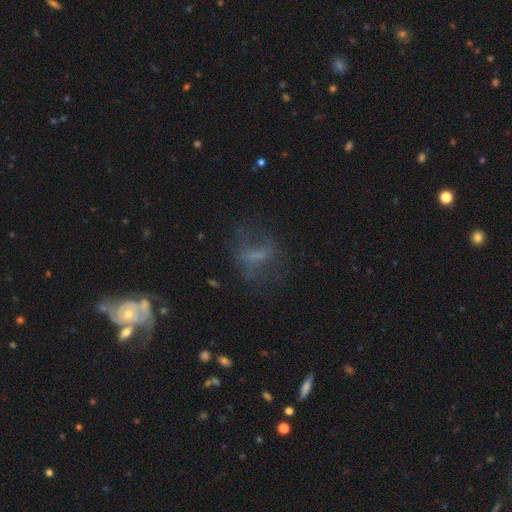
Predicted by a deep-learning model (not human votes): A featured or disk galaxy (40%, tied with smooth).

Vote fractions:
- Smooth or featured? featured or disk: 40% (tied) / smooth: 40% (tied) / star or artifact: 20%
- Merging? none: 56% / major disturbance: 22% / minor disturbance: 19% / merger: 3%